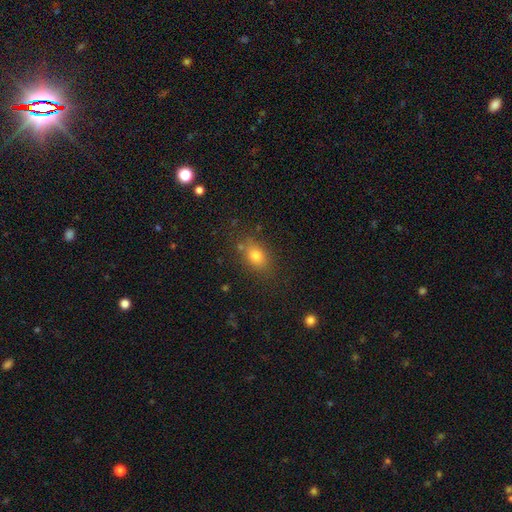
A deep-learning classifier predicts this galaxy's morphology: Smooth or featured? smooth (78%)
How rounded? in between (72%)
Merging? none (77%)